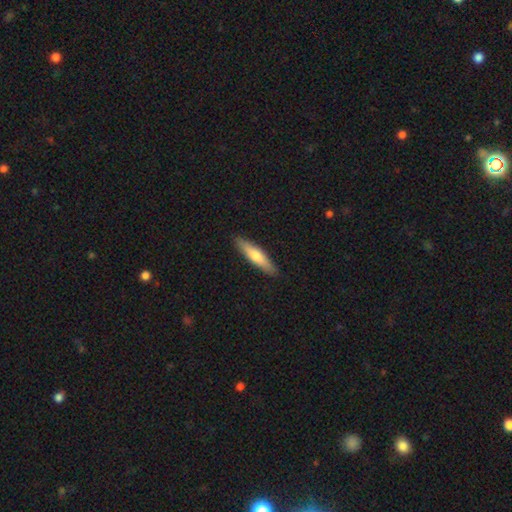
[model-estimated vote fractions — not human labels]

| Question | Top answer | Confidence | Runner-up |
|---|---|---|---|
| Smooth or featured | smooth | 63% | featured or disk (32%) |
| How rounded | cigar-shaped | 83% | in between (16%) |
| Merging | none | 90% | minor disturbance (7%) |